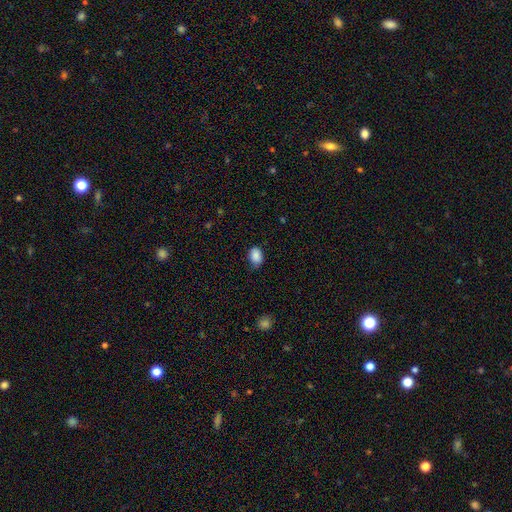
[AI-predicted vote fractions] Smooth or featured: smooth — 88% (star or artifact — 8%)
How rounded: in between — 74% (round — 25%)
Merging: none — 69% (minor disturbance — 25%)